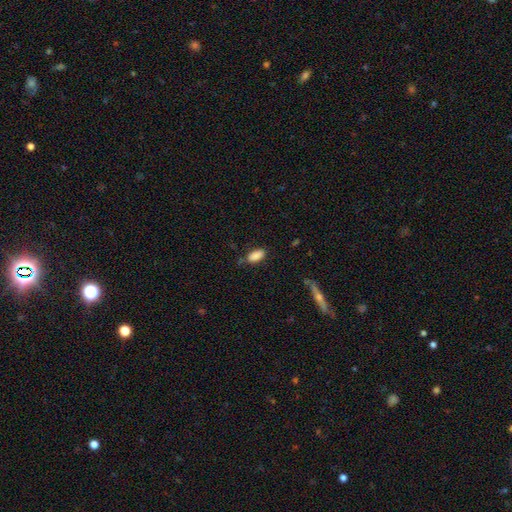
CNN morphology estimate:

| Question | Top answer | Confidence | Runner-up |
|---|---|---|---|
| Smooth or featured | smooth | 87% | star or artifact (8%) |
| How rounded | in between | 90% | cigar-shaped (7%) |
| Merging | none | 73% | minor disturbance (20%) |